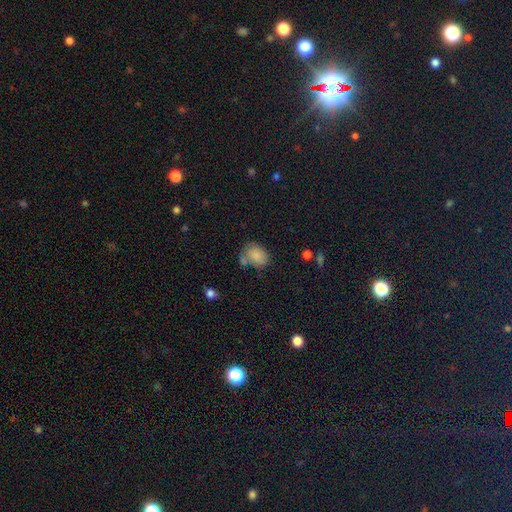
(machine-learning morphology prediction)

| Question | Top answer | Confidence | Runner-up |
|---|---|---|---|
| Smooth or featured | smooth | 82% | featured or disk (9%) |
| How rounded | in between | 68% | round (31%) |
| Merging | none | 49% | minor disturbance (24%) |